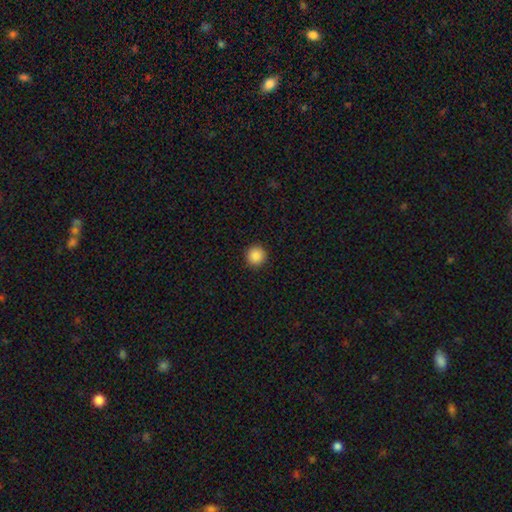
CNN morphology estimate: A smooth galaxy with no disk features (88%) that is round (96%). Merging: none (93%).